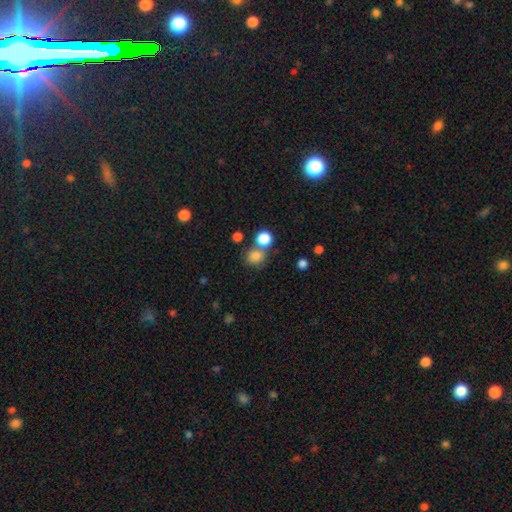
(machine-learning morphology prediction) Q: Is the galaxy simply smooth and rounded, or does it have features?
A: smooth — 81%.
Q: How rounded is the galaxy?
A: round — 80%.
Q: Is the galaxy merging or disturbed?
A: none — 59%.